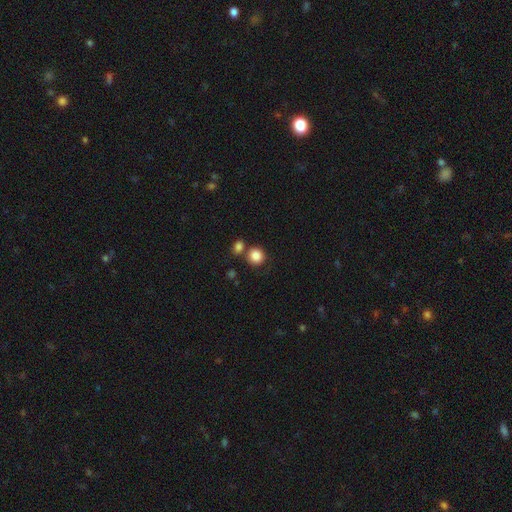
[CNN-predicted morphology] Smooth or featured: smooth — 87% (star or artifact — 9%)
How rounded: round — 86% (in between — 13%)
Merging: none — 66% (merger — 22%)